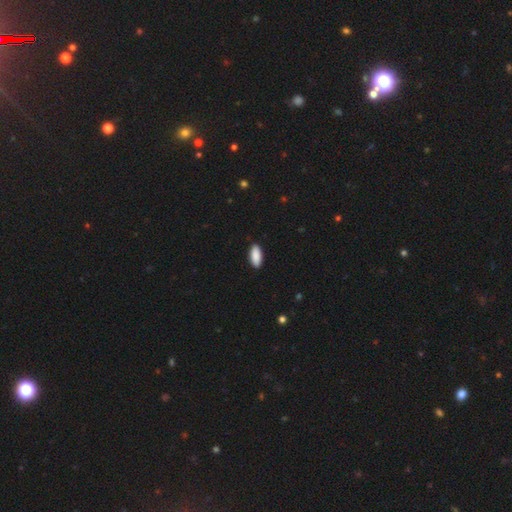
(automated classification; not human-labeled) This is clearly a smooth galaxy (90%). How rounded: clearly in between (86%). Merging: clearly none (90%).